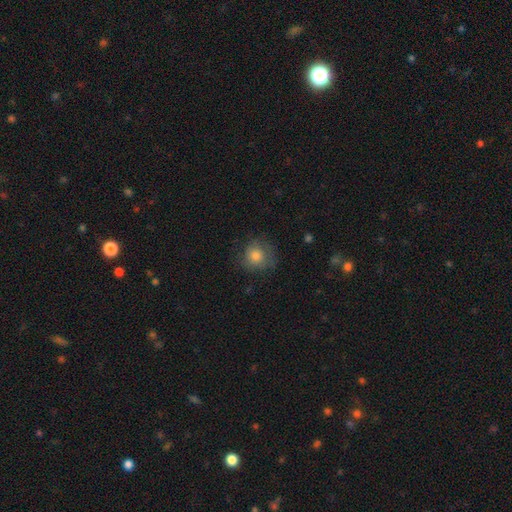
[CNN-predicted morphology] This is likely a smooth galaxy (74%). How rounded: clearly round (88%). Merging: likely none (71%).